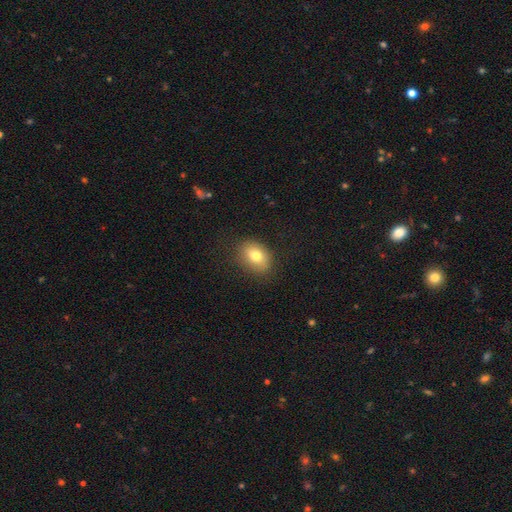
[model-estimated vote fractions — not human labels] Smooth or featured?
  - smooth: 78% *
  - featured or disk: 13%
  - star or artifact: 9%
How rounded?
  - in between: 74% *
  - round: 24%
  - cigar-shaped: 1%
Merging?
  - none: 82% *
  - minor disturbance: 13%
  - major disturbance: 4%
  - merger: 1%